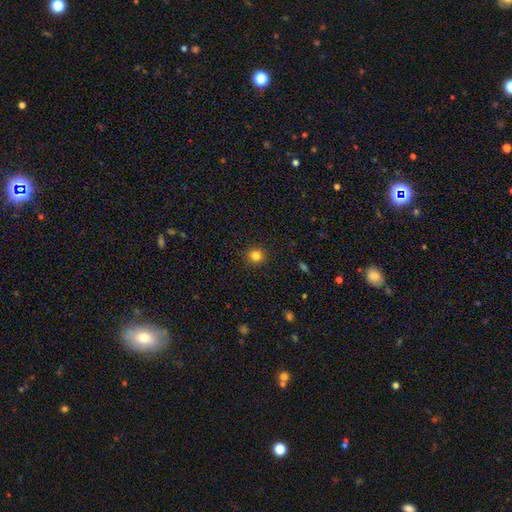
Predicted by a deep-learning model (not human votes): Smooth or featured?
  - smooth: 83% *
  - star or artifact: 13%
  - featured or disk: 5%
How rounded?
  - round: 94% *
  - in between: 5%
  - cigar-shaped: 1%
Merging?
  - none: 92% *
  - minor disturbance: 5%
  - major disturbance: 2%
  - merger: 1%